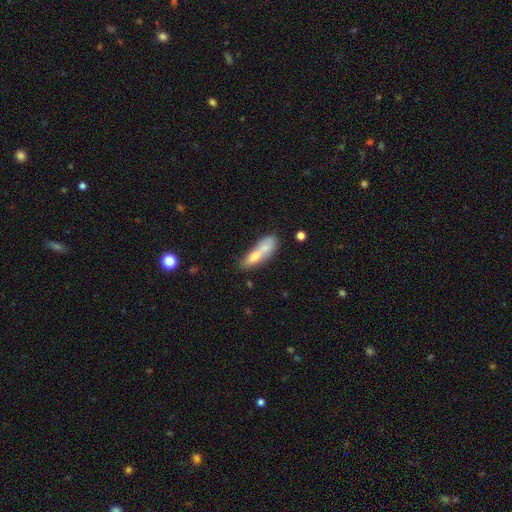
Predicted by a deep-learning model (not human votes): Smooth or featured? Predicted: smooth (p=0.63). How rounded? Predicted: cigar-shaped (p=0.49). Merging? Predicted: merger (p=0.49).